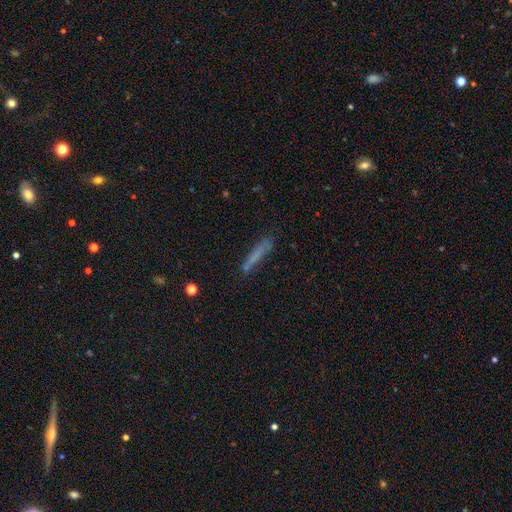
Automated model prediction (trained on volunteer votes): Q: Smooth or featured?
A: smooth (66%); runner-up: featured or disk (23%)
Q: How rounded?
A: cigar-shaped (93%); runner-up: in between (5%)
Q: Merging?
A: none (74%); runner-up: minor disturbance (17%)